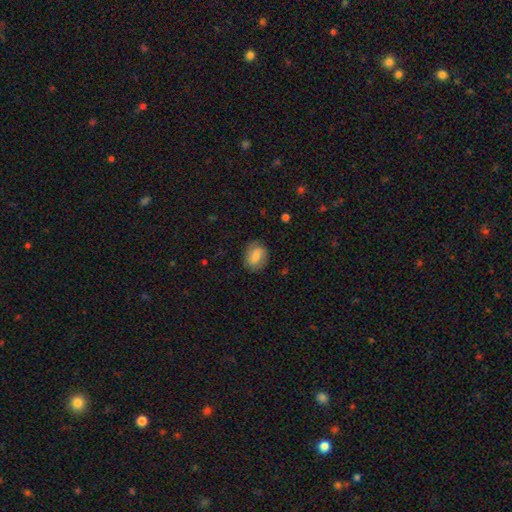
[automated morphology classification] Smooth or featured? Predicted: smooth (p=0.76). How rounded? Predicted: in between (p=0.65). Merging? Predicted: none (p=0.80).